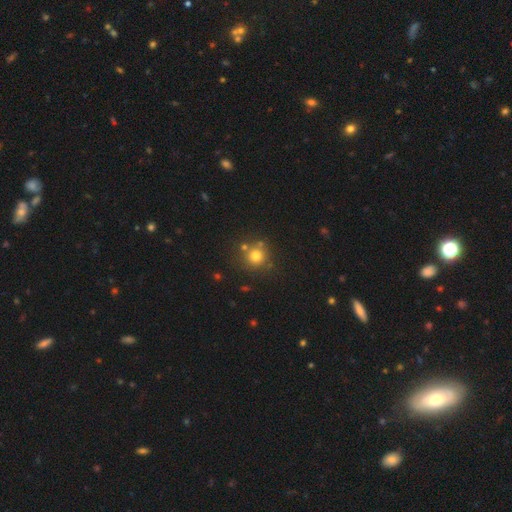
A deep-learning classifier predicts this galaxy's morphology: smooth 76%, star or artifact 15%, featured or disk 9%. Down the decision tree: how rounded — round (93%); merging — none (77%).